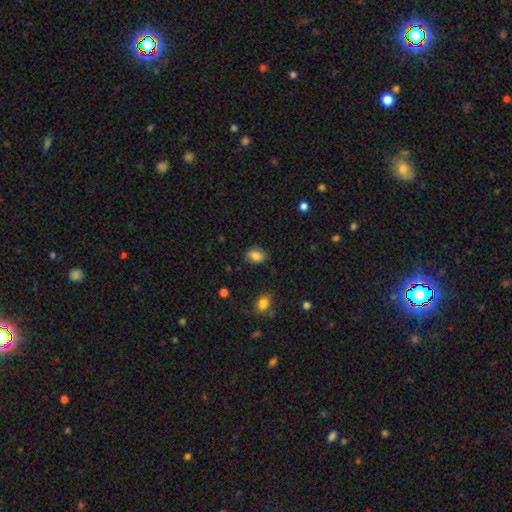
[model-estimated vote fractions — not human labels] Smooth or featured? Predicted: smooth (p=0.84). How rounded? Predicted: in between (p=0.73). Merging? Predicted: none (p=0.81).